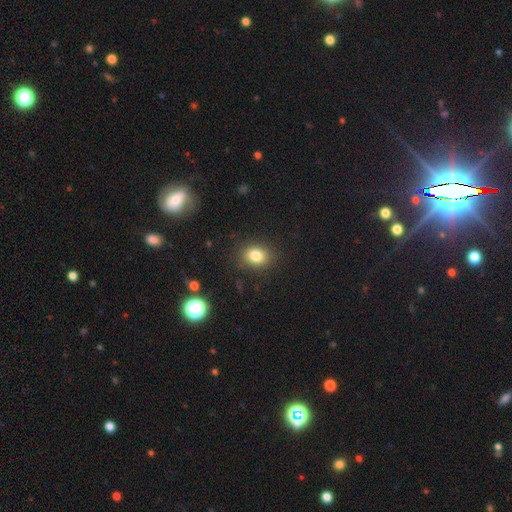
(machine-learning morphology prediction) This is clearly a smooth galaxy (82%). How rounded: possibly in between (52%). Merging: clearly none (86%).